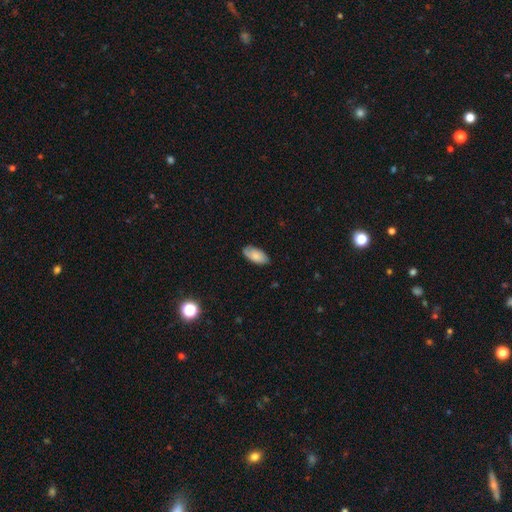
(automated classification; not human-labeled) smooth-or-featured: smooth: 81% | featured or disk: 13% | star or artifact: 6%
  how-rounded: in between: 93% | cigar-shaped: 5% | round: 2%
  merging: none: 83% | minor disturbance: 14% | major disturbance: 2% | merger: 1%